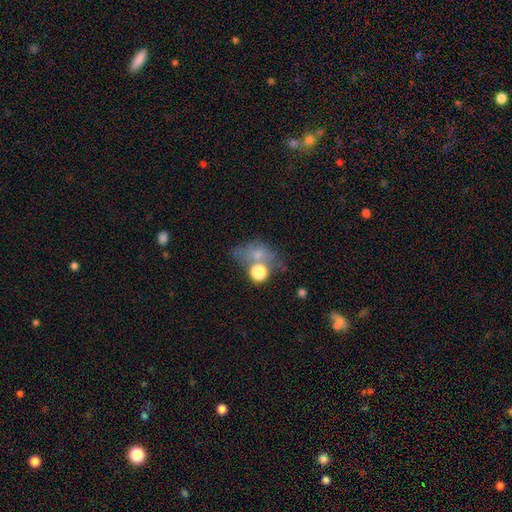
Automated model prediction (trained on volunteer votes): This is possibly a smooth galaxy (54%). How rounded: likely in between (60%). Merging: marginally none (37%).